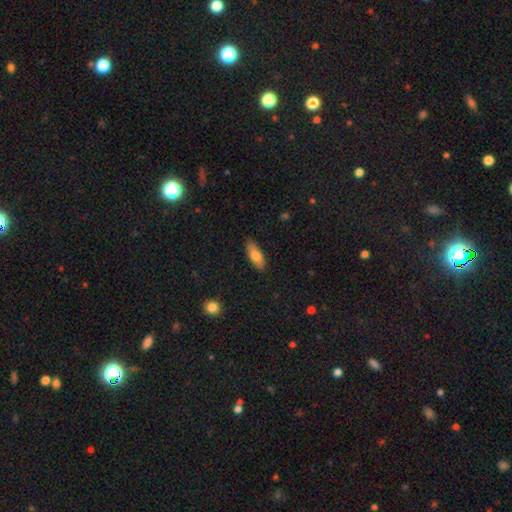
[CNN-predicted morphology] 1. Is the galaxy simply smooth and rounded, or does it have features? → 78% smooth, 16% featured or disk, 6% star or artifact.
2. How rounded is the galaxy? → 73% in between, 25% cigar-shaped, 2% round.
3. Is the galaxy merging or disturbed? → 84% none, 13% minor disturbance, 2% major disturbance, 1% merger.